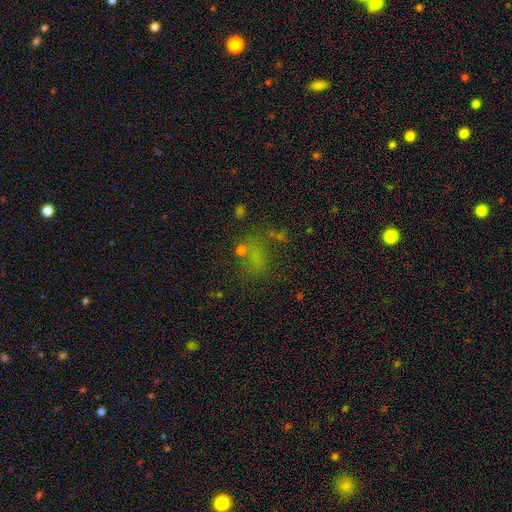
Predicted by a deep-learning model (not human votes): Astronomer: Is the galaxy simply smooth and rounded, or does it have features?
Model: smooth — 41% (runner-up: star or artifact, 38%).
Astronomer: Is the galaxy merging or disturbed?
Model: none — 46% (runner-up: major disturbance, 26%).